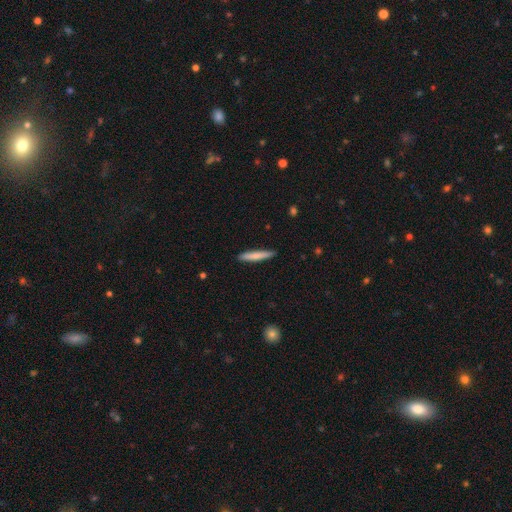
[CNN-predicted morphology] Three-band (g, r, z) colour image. It shows a smooth galaxy with no disk features (77%) that is cigar-shaped (94%). Merging: none (90%).